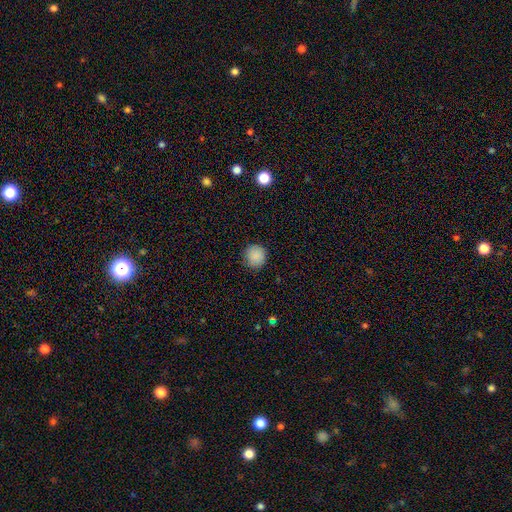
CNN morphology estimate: smooth 88%, star or artifact 9%, featured or disk 3%. Down the decision tree: how rounded — round (93%); merging — none (89%).